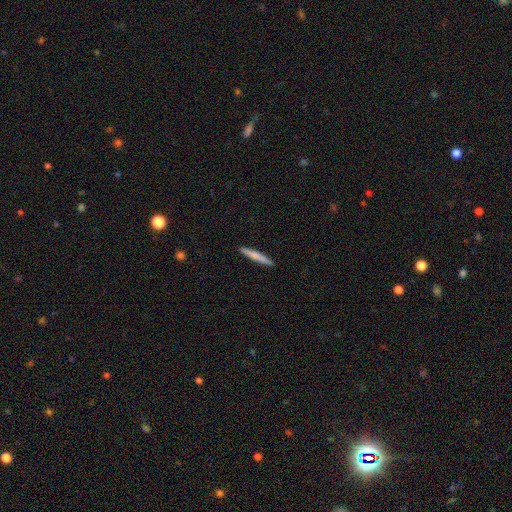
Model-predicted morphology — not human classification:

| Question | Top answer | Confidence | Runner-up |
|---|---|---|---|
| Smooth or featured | smooth | 70% | featured or disk (25%) |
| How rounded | cigar-shaped | 95% | in between (4%) |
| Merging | none | 92% | minor disturbance (6%) |